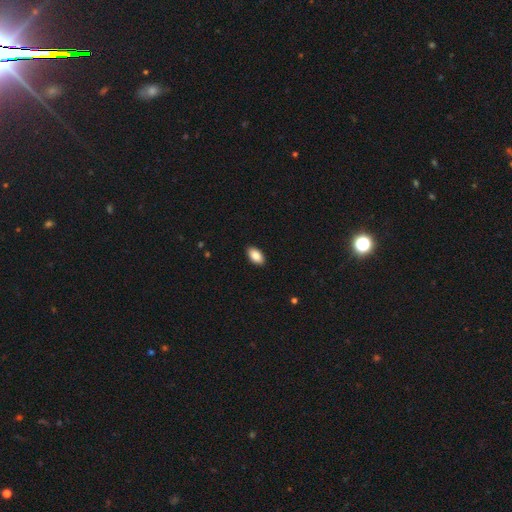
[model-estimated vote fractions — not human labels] Q: Smooth or featured?
A: smooth (87%); runner-up: star or artifact (7%)
Q: How rounded?
A: in between (94%); runner-up: round (4%)
Q: Merging?
A: none (90%); runner-up: minor disturbance (8%)